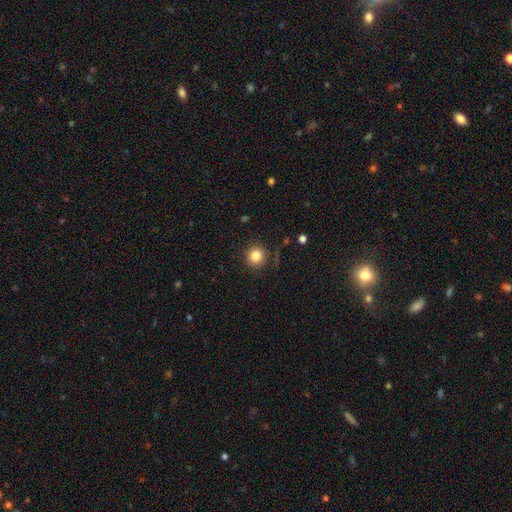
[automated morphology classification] type=smooth (83%); roundness=round (93%); merging=none (87%).